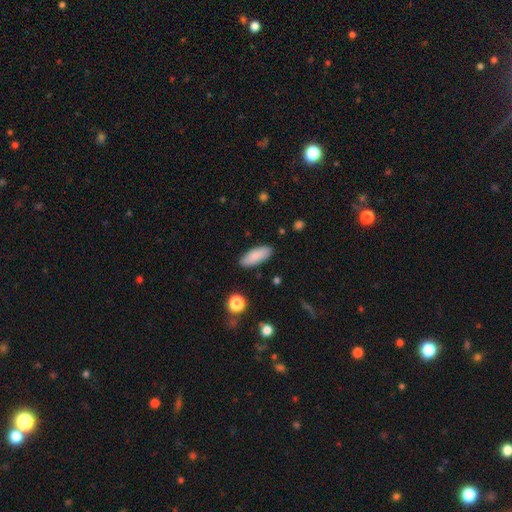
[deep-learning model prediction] A smooth galaxy with no disk features (86%) that is in between round and cigar-shaped (74%). Merging: none (88%).